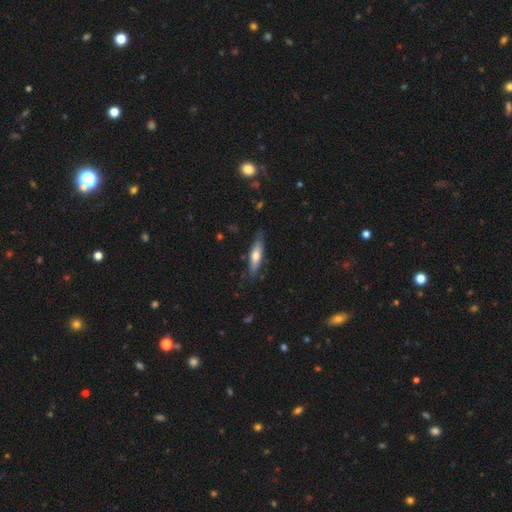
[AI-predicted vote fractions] A smooth galaxy with no disk features (62%) that is cigar-shaped (69%).

Vote fractions:
- Smooth or featured? smooth: 62% / featured or disk: 32% / star or artifact: 6%
- How rounded? cigar-shaped: 69% / in between: 30% / round: 2%
- Merging? none: 78% / minor disturbance: 17% / major disturbance: 3% / merger: 2%